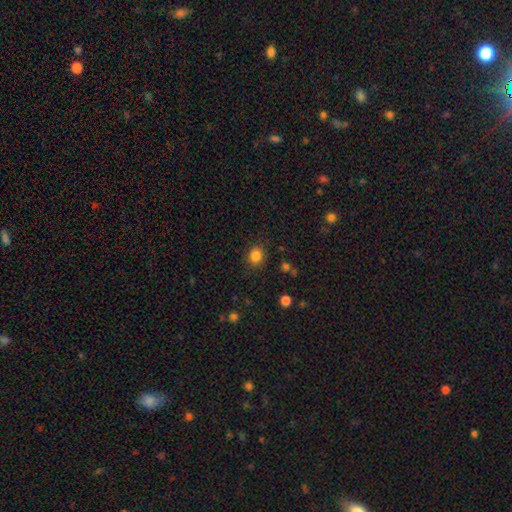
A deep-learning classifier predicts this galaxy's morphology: Smooth or featured? Predicted: smooth (p=0.85). How rounded? Predicted: round (p=0.79). Merging? Predicted: none (p=0.87).